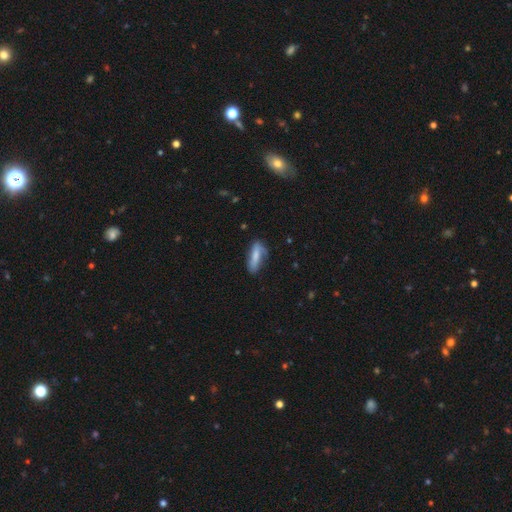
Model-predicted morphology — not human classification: The model was most divided on "how rounded": in between: 53%, cigar-shaped: 45%, round: 2%. More confident: smooth or featured — smooth (64%); merging — none (57%).